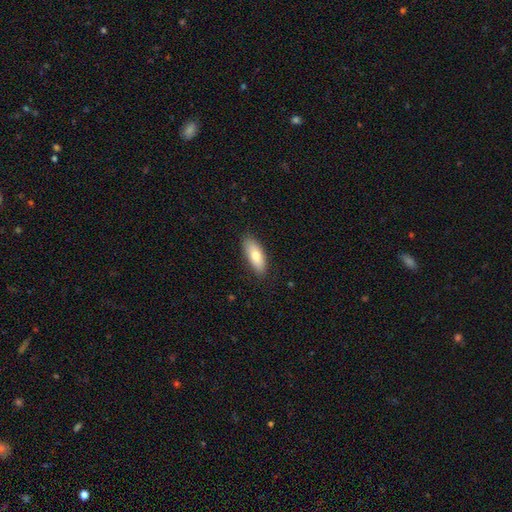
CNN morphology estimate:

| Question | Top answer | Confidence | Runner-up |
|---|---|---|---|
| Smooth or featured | smooth | 77% | featured or disk (17%) |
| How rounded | in between | 75% | cigar-shaped (22%) |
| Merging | none | 86% | minor disturbance (11%) |